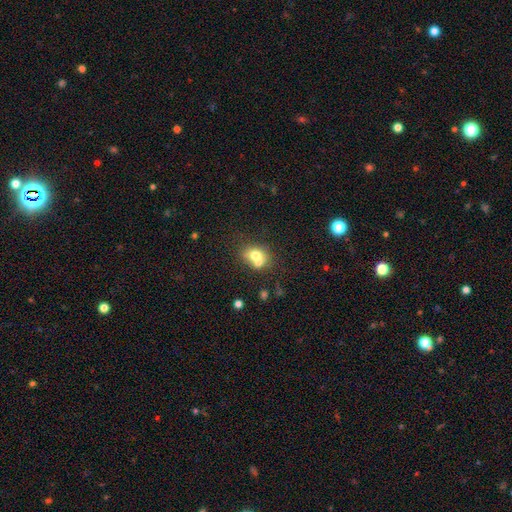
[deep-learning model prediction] Q: Smooth or featured?
A: smooth (68%); runner-up: featured or disk (20%)
Q: How rounded?
A: round (53%); runner-up: in between (46%)
Q: Merging?
A: merger (44%); runner-up: none (39%)